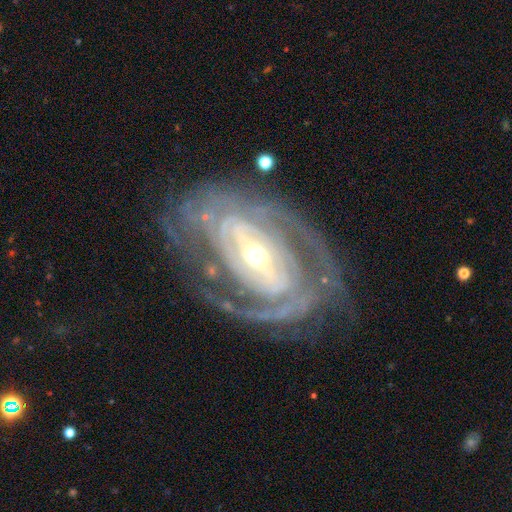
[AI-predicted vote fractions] Smooth or featured?
  - featured or disk: 90% *
  - smooth: 5%
  - star or artifact: 5%
Edge-on disk?
  - no: 95% *
  - yes: 5%
Bar?
  - strong: 54% *
  - weak: 31%
  - no: 15%
Spiral arms?
  - yes: 95% *
  - no: 5%
Spiral winding?
  - tight: 67% *
  - medium: 27%
  - loose: 6%
Spiral arm count?
  - 2: 40% *
  - can't tell: 23%
  - 3: 19%
  - 4: 8%
  - 1: 5%
  - more than 4: 5%
Bulge size?
  - moderate: 50% *
  - small: 43%
  - large: 5%
  - dominant: 1%
  - none: 1%
Merging?
  - none: 70% *
  - minor disturbance: 17%
  - major disturbance: 11%
  - merger: 2%